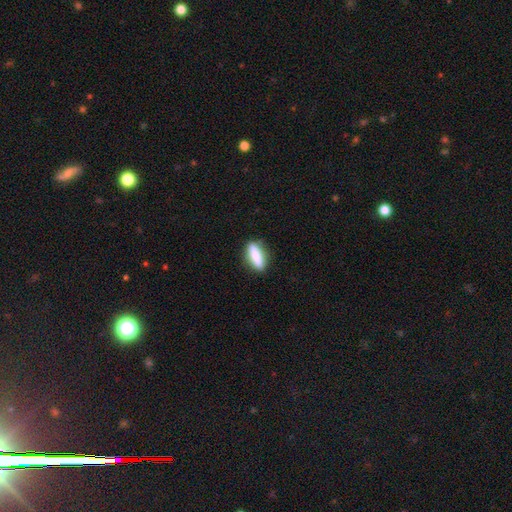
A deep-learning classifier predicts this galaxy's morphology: Smooth or featured?
  - smooth: 77% *
  - featured or disk: 16%
  - star or artifact: 7%
How rounded?
  - cigar-shaped: 59% *
  - in between: 38%
  - round: 3%
Merging?
  - none: 84% *
  - minor disturbance: 11%
  - major disturbance: 3%
  - merger: 2%